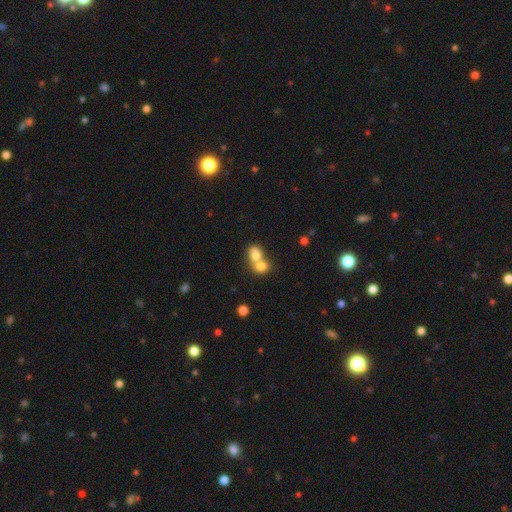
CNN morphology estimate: type=smooth (74%); roundness=round (50%); merging=merger (72%).